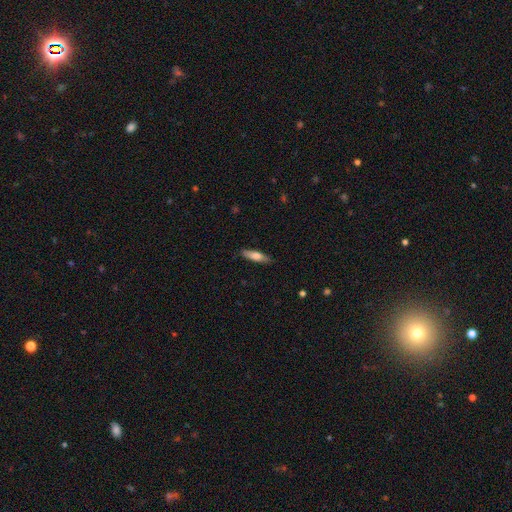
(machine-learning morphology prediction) Smooth or featured: smooth — 68% (featured or disk — 26%)
How rounded: cigar-shaped — 68% (in between — 30%)
Merging: none — 85% (minor disturbance — 12%)